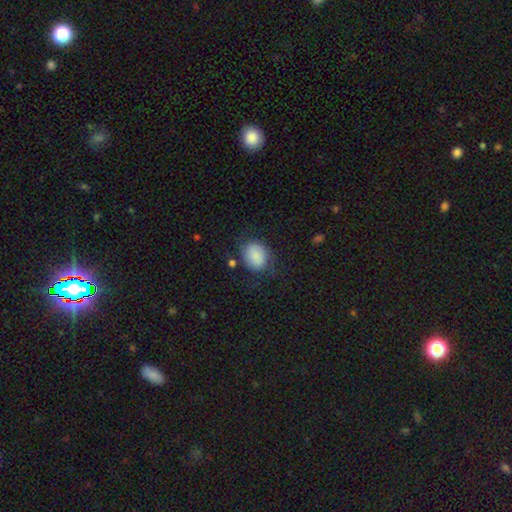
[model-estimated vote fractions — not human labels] smooth-or-featured: smooth: 82% | featured or disk: 11% | star or artifact: 8%
  how-rounded: in between: 50% (tied) | round: 50% (tied) | cigar-shaped: 1%
  merging: none: 66% | minor disturbance: 21% | major disturbance: 11% | merger: 3%